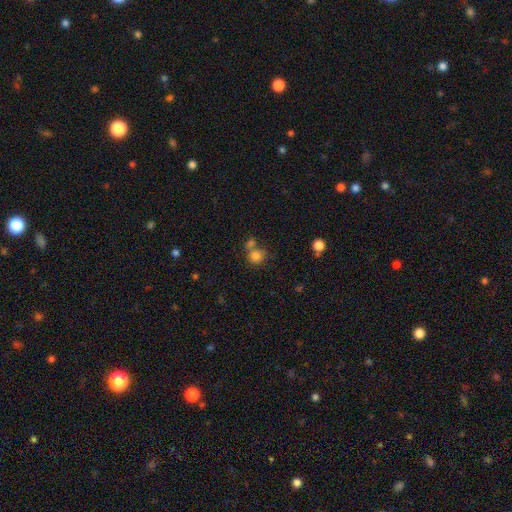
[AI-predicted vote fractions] Q: Smooth or featured?
A: smooth (80%); runner-up: star or artifact (13%)
Q: How rounded?
A: round (85%); runner-up: in between (14%)
Q: Merging?
A: none (51%); runner-up: merger (35%)